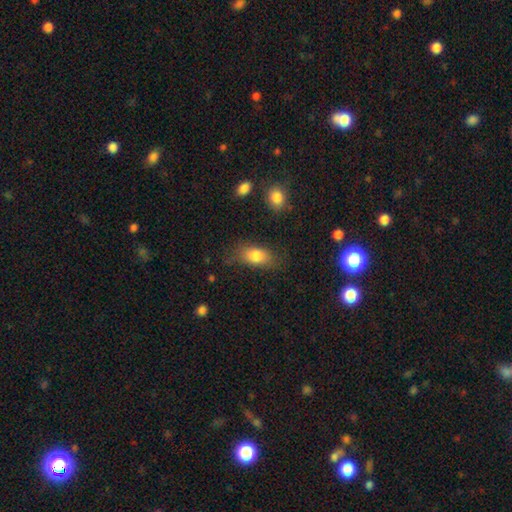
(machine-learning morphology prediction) This appears to be a smooth galaxy with no disk features (81%) that is in between round and cigar-shaped (86%). Merging: none (69%).